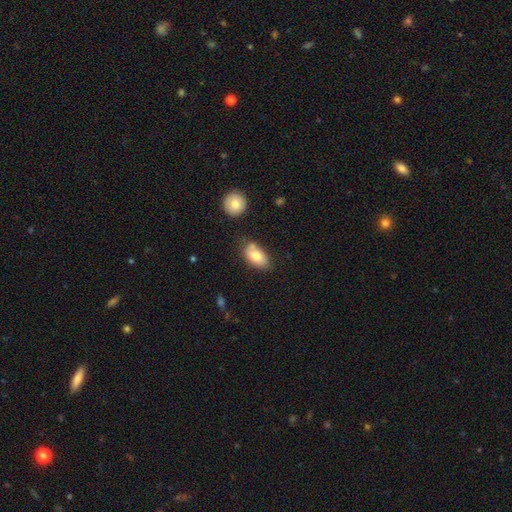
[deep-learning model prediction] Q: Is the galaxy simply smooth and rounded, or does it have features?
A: smooth — 79%.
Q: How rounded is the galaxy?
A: in between — 92%.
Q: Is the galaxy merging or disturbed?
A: none — 63%.